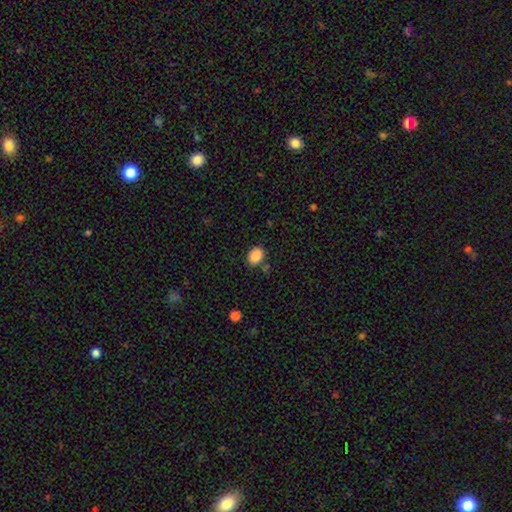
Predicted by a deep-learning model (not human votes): Overall: smooth (88%). How rounded: in between (71%). Merging: none (79%).